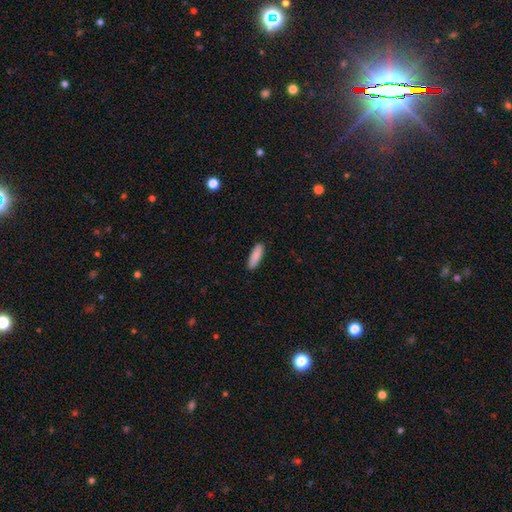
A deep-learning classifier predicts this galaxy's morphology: type=smooth (89%); roundness=cigar-shaped (56%); merging=none (90%).